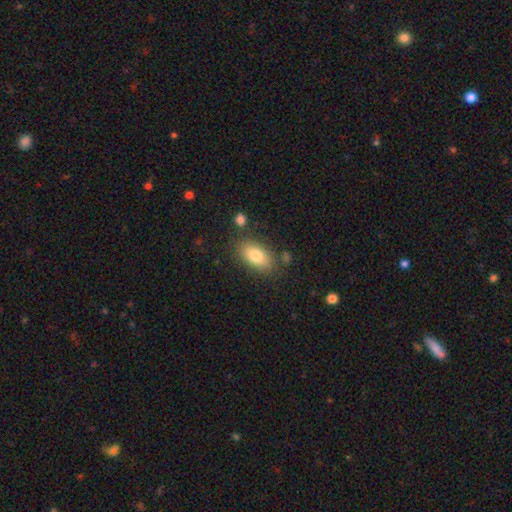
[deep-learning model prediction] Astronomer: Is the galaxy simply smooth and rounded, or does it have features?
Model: smooth — 80%.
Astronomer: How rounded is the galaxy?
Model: in between — 90%.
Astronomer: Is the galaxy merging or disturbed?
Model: none — 78%.